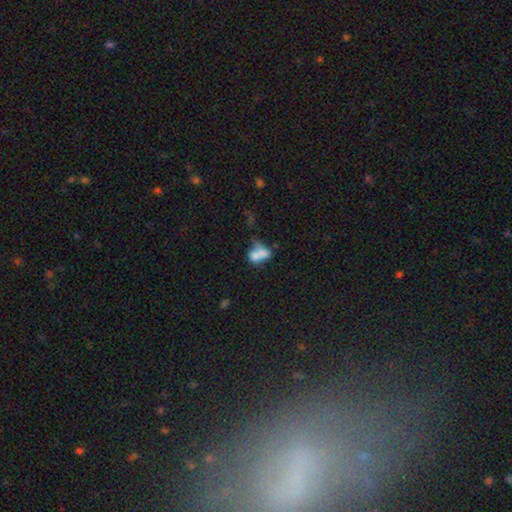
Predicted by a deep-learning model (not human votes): Smooth or featured?
  - smooth: 65% *
  - featured or disk: 23%
  - star or artifact: 12%
How rounded?
  - in between: 67% *
  - round: 28%
  - cigar-shaped: 5%
Merging?
  - merger: 64% *
  - none: 17%
  - major disturbance: 11%
  - minor disturbance: 8%